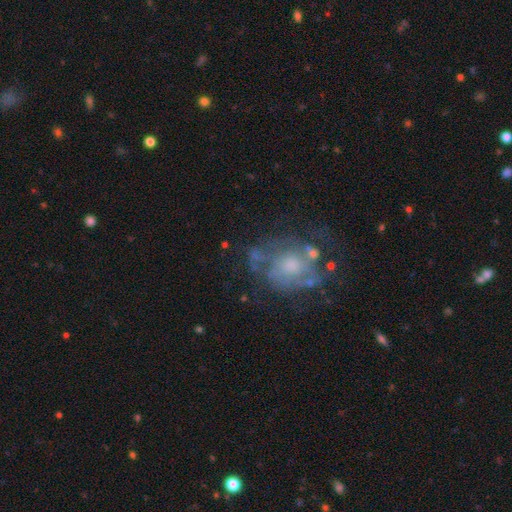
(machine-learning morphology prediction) This is likely a featured or disk galaxy (62%). It is clearly not viewed edge-on (97%). Bar: clearly no (84%). Spiral arm pattern: likely no (61%). Central bulge: possibly moderate (48%). Merging: possibly none (49%).